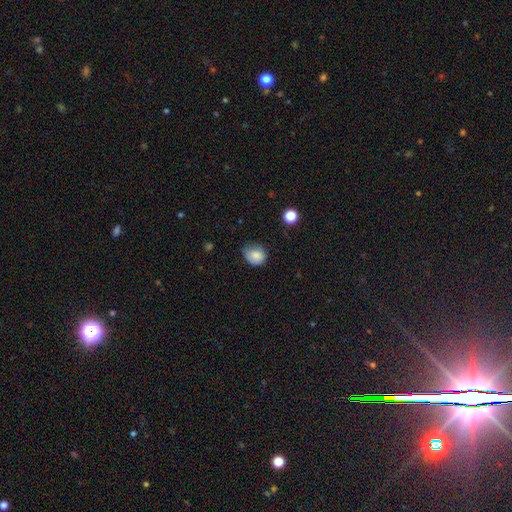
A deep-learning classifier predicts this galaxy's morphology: smooth 83%, star or artifact 9%, featured or disk 8%. Down the decision tree: how rounded — round (65%); merging — none (55%).